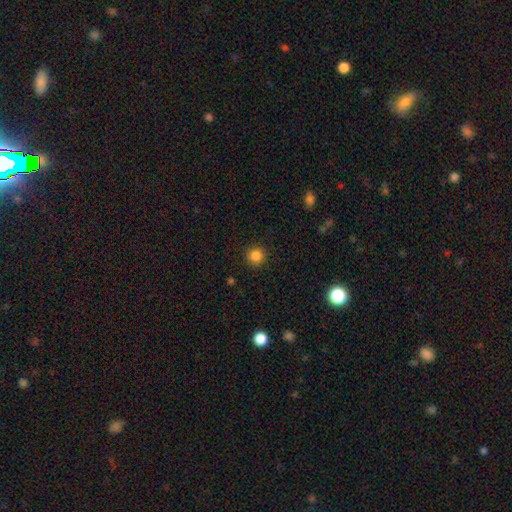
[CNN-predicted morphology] Smooth or featured? Predicted: smooth (p=0.85). How rounded? Predicted: round (p=0.95). Merging? Predicted: none (p=0.91).